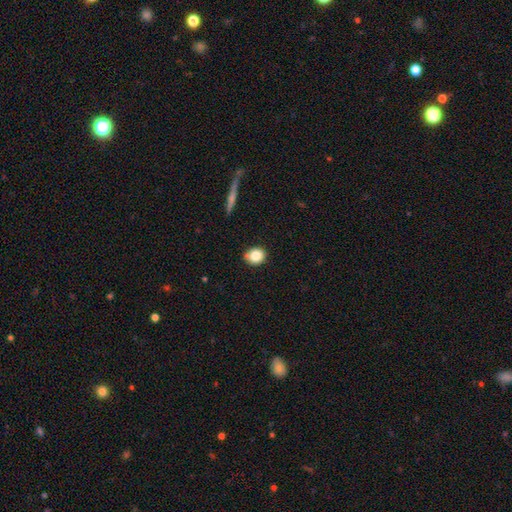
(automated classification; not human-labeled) Overall: smooth (84%). How rounded: round (62%; in between 36%). Merging: none (83%).